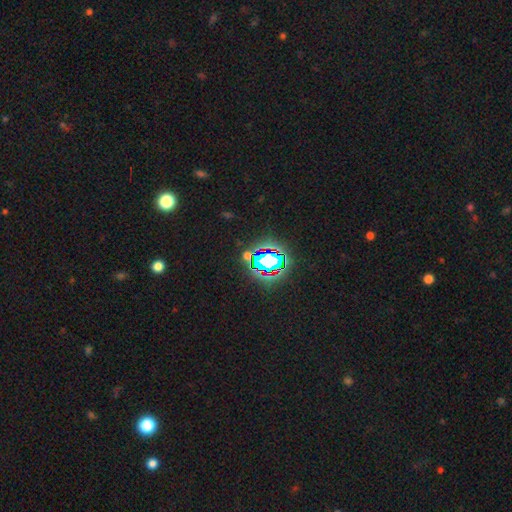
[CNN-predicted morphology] star or artifact 82%, smooth 11%, featured or disk 7%.